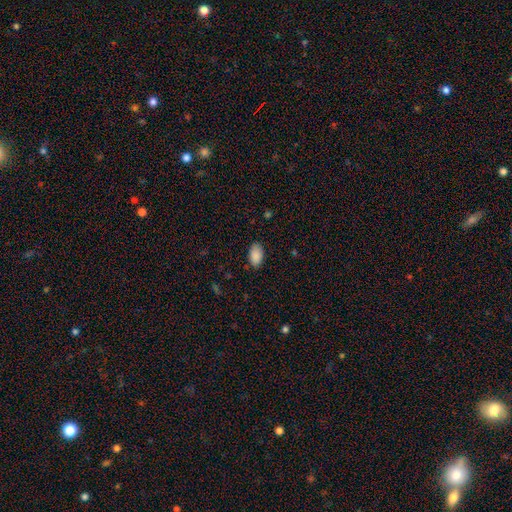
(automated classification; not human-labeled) A smooth galaxy with no disk features (89%) that is in between round and cigar-shaped (93%). Merging: none (84%).